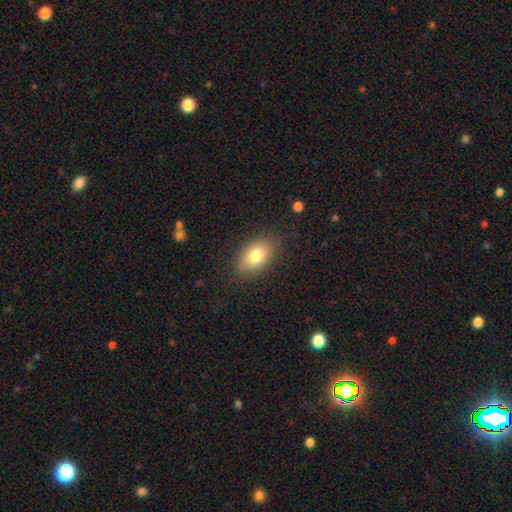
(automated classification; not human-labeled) Smooth or featured: smooth — 79% (featured or disk — 13%)
How rounded: in between — 88% (round — 10%)
Merging: none — 82% (minor disturbance — 13%)